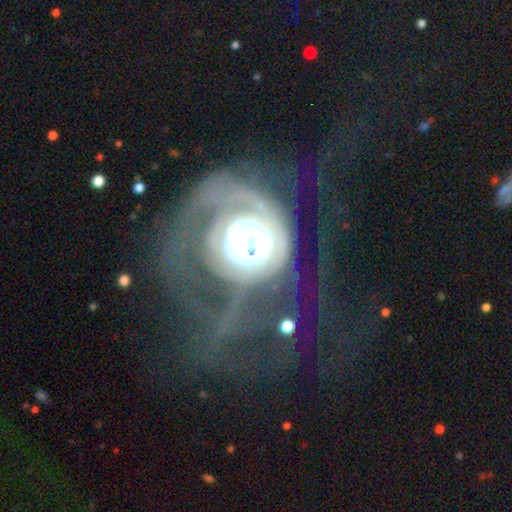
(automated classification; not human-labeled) A featured or disk galaxy (71%) with no bar (56%), no spiral arms (51%) and a large central bulge (42%).

Vote fractions:
- Smooth or featured? featured or disk: 71% / smooth: 17% / star or artifact: 12%
- Edge-on disk? no: 93% / yes: 7%
- Bar? no: 56% / strong: 28% / weak: 16%
- Spiral arms? no: 51% / yes: 49%
- Bulge size? large: 42% / dominant: 30% / moderate: 19% / small: 6% / none: 3%
- Merging? major disturbance: 48% / none: 29% / minor disturbance: 15% / merger: 8%